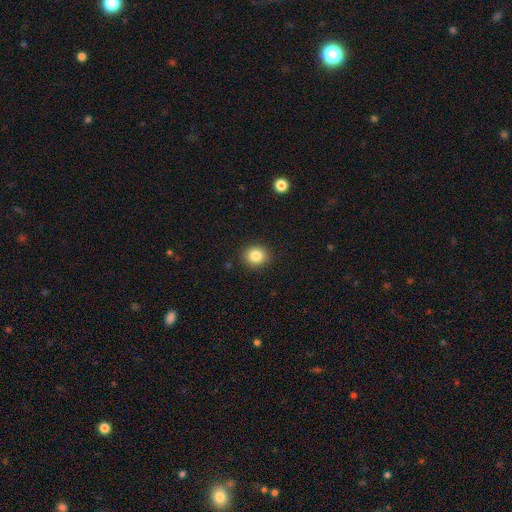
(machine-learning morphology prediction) Smooth or featured? smooth (84%)
How rounded? round (81%)
Merging? none (90%)